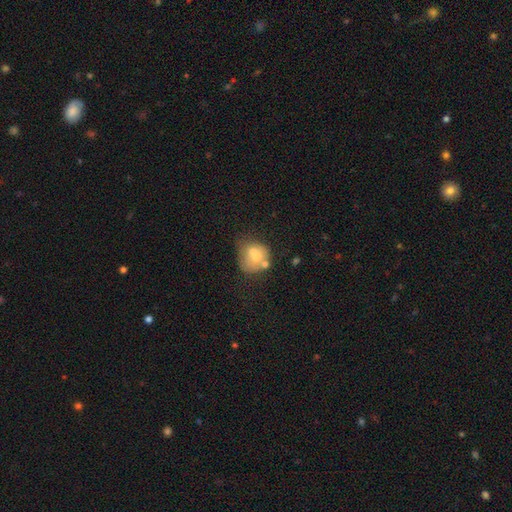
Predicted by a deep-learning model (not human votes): Overall: smooth (58%; featured or disk 33%). How rounded: round (69%; in between 30%). Merging: merger (47%; none 28%).